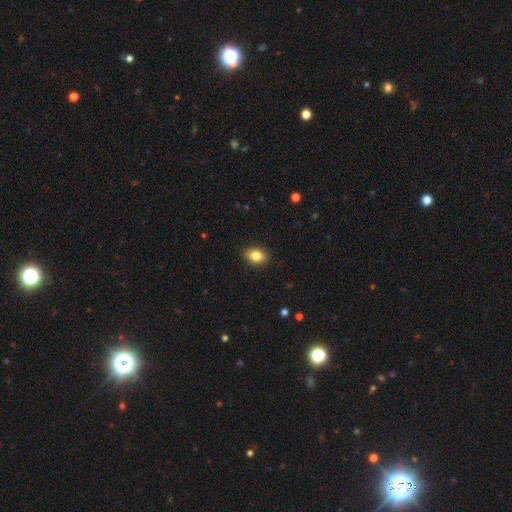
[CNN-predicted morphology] This is clearly a smooth galaxy (84%). How rounded: likely in between (79%). Merging: clearly none (89%).